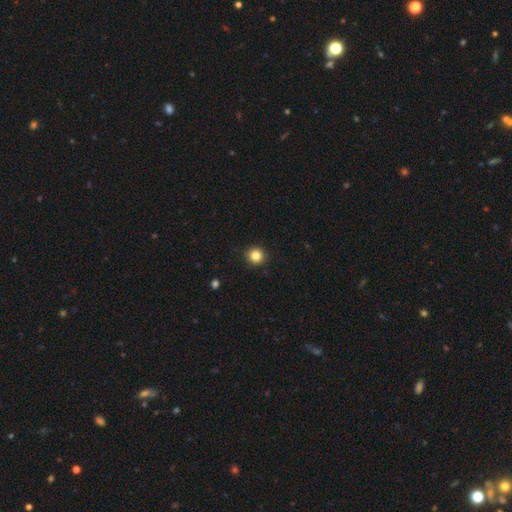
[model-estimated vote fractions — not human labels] A smooth galaxy with no disk features (84%) that is round (93%). Merging: none (92%).